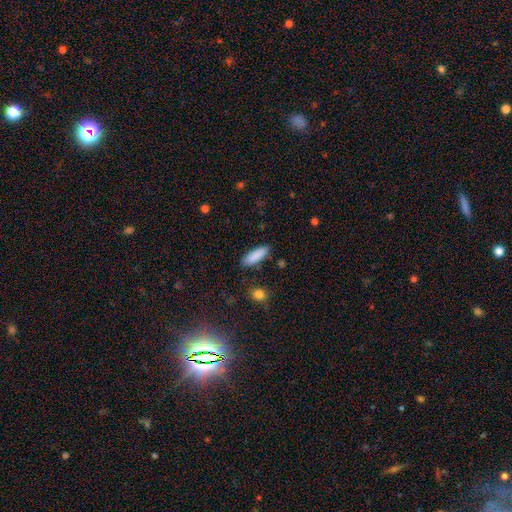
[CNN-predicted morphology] Overall: smooth (88%). How rounded: cigar-shaped (56%; in between 43%). Merging: none (86%).